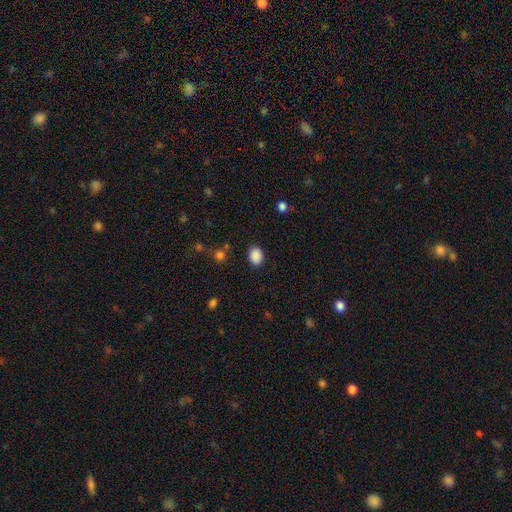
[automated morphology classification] smooth 88%, star or artifact 9%, featured or disk 3%. Down the decision tree: how rounded — in between (58%); merging — none (87%).